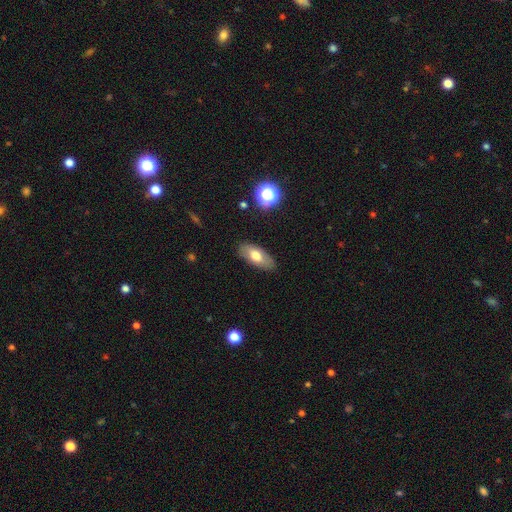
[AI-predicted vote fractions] smooth_or_featured: smooth (p=0.68) [alt: featured or disk p=0.24]
how_rounded: in between (p=0.88) [alt: cigar-shaped p=0.08]
merging: none (p=0.84) [alt: minor disturbance p=0.12]